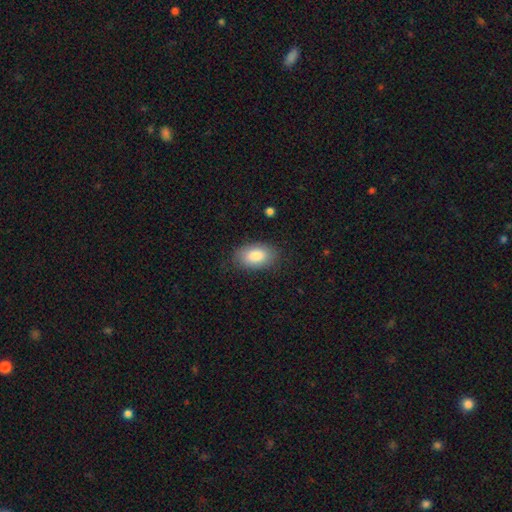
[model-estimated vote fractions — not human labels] Morphology: type=smooth (86%); roundness=in between (92%); merging=none (84%).